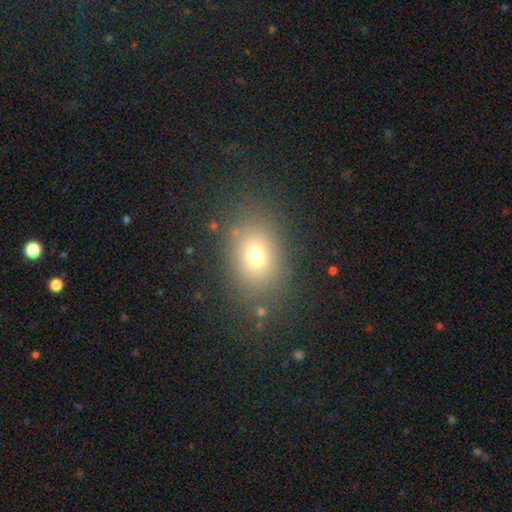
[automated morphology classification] Q: Smooth or featured?
A: smooth (71%); runner-up: star or artifact (17%)
Q: How rounded?
A: in between (58%); runner-up: round (41%)
Q: Merging?
A: none (81%); runner-up: minor disturbance (11%)